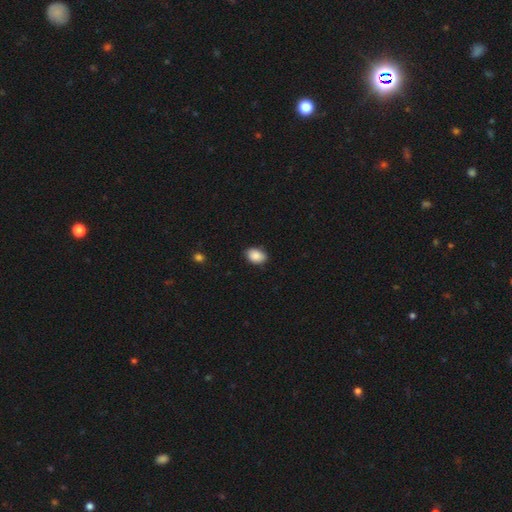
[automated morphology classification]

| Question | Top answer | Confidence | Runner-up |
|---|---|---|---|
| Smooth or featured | smooth | 89% | star or artifact (7%) |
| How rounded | in between | 78% | round (21%) |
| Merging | none | 84% | minor disturbance (13%) |